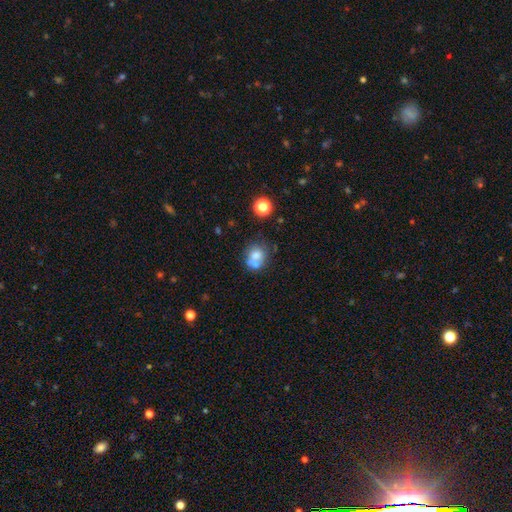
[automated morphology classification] The model was most divided on "merging": merger: 44%, none: 40%, minor disturbance: 11%, major disturbance: 6%. More confident: how rounded — round (73%); smooth or featured — smooth (65%).